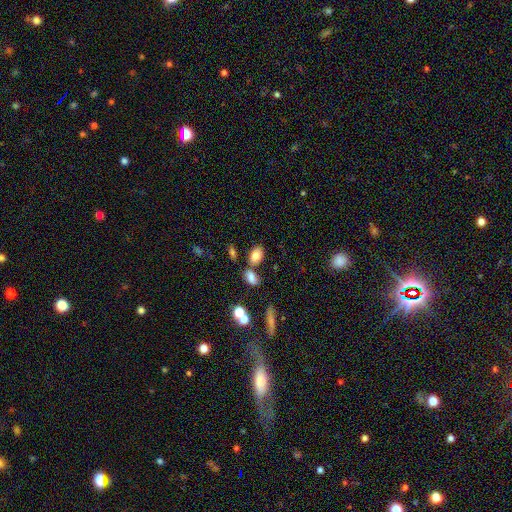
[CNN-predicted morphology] A smooth galaxy with no disk features (80%) that is in between round and cigar-shaped (88%).

Vote fractions:
- Smooth or featured? smooth: 80% / featured or disk: 11% / star or artifact: 10%
- How rounded? in between: 88% / round: 9% / cigar-shaped: 2%
- Merging? none: 64% / merger: 20% / minor disturbance: 12% / major disturbance: 4%